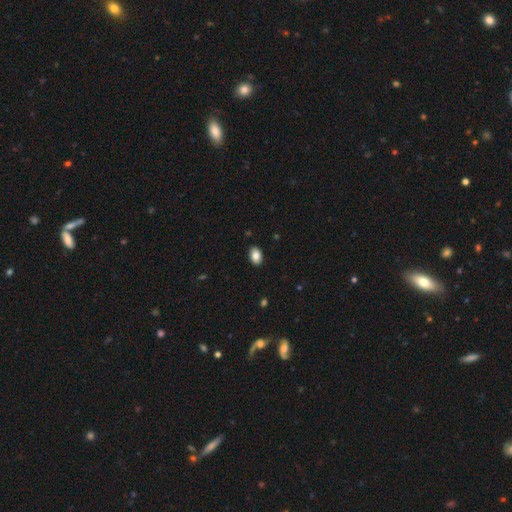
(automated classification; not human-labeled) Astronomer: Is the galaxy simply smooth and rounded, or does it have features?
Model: smooth — 86%.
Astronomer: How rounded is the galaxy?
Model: in between — 86%.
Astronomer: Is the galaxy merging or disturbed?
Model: none — 89%.